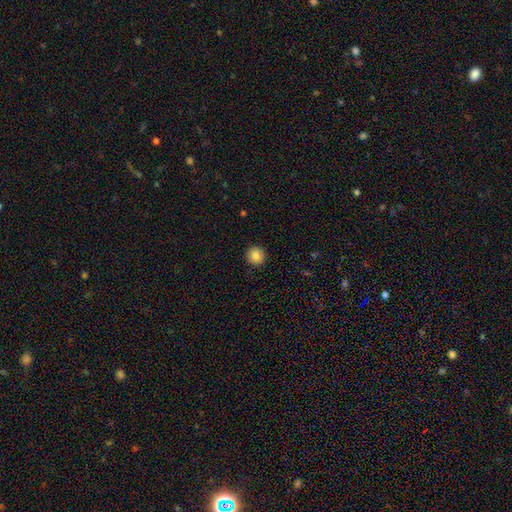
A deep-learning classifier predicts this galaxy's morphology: smooth 85%, star or artifact 9%, featured or disk 6%. Down the decision tree: how rounded — round (95%); merging — none (93%).